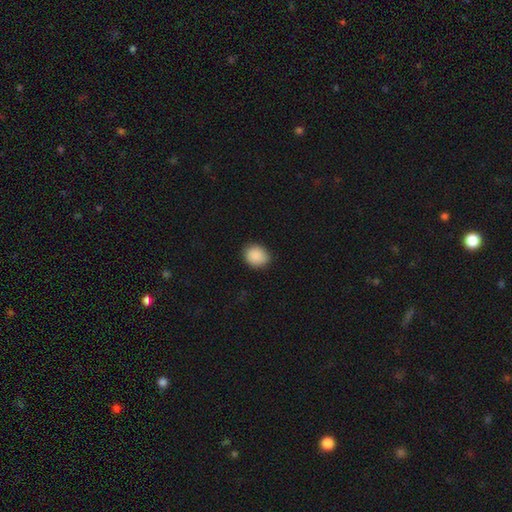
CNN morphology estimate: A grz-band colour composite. It shows a smooth galaxy with no disk features (90%) that is round (62%). Merging: none (85%).